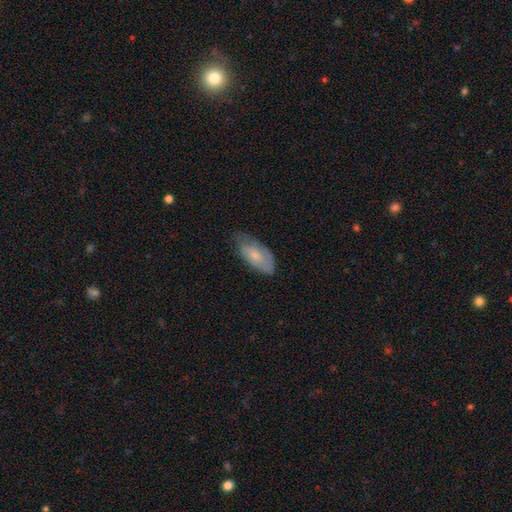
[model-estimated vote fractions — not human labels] Smooth or featured?
  - smooth: 61% *
  - featured or disk: 33%
  - star or artifact: 6%
How rounded?
  - in between: 90% *
  - cigar-shaped: 7%
  - round: 3%
Merging?
  - none: 57% *
  - minor disturbance: 33%
  - major disturbance: 9%
  - merger: 1%